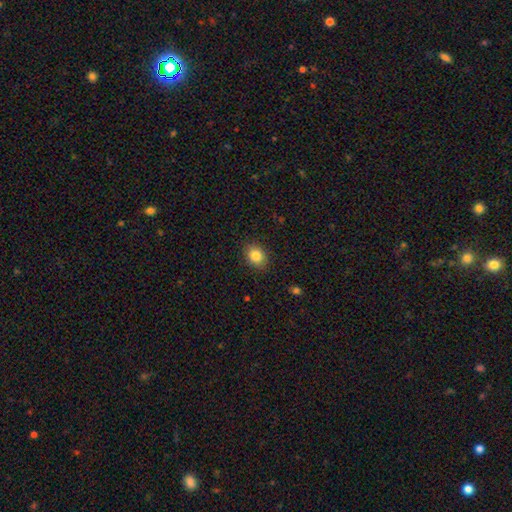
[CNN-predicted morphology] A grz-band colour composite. It shows a smooth galaxy with no disk features (85%) that is round (52%). Merging: none (89%).